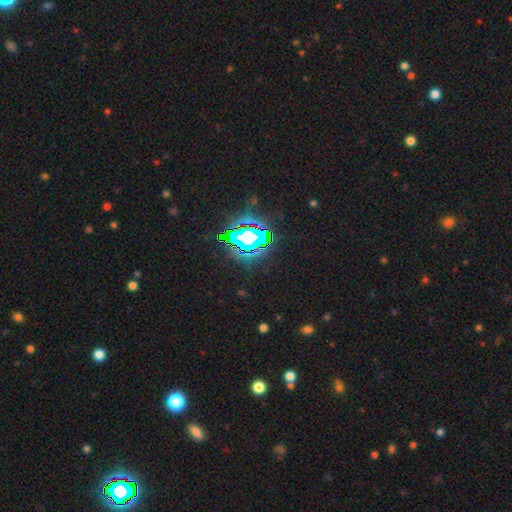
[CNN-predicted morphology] A star or artifact, not a galaxy (83%).

Vote fractions:
- Smooth or featured? star or artifact: 83% / smooth: 11% / featured or disk: 6%